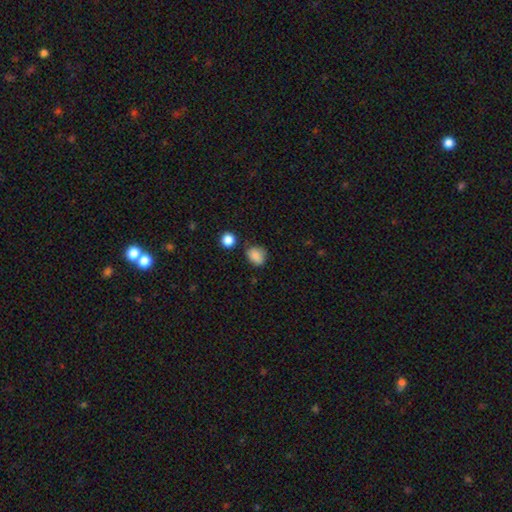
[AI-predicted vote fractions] A smooth galaxy with no disk features (85%) that is round (55%).

Vote fractions:
- Smooth or featured? smooth: 85% / star or artifact: 10% / featured or disk: 5%
- How rounded? round: 55% / in between: 44% / cigar-shaped: 1%
- Merging? none: 69% / minor disturbance: 22% / major disturbance: 5% / merger: 4%